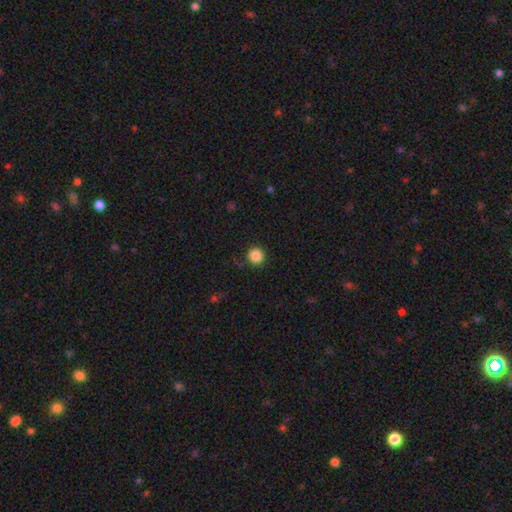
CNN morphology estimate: A smooth galaxy with no disk features (86%) that is round (94%). Merging: none (89%).